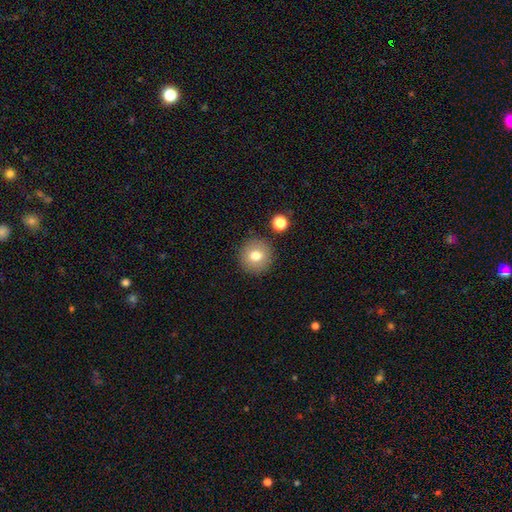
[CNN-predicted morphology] smooth-or-featured: smooth: 77% | featured or disk: 13% | star or artifact: 10%
  how-rounded: round: 94% | in between: 5% | cigar-shaped: 1%
  merging: none: 87% | minor disturbance: 7% | merger: 3% | major disturbance: 2%